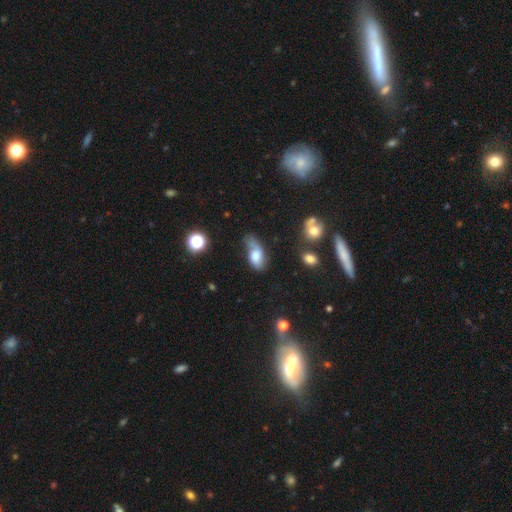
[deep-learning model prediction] Morphology: type=smooth (57%); roundness=in between (86%); merging=none (35%).